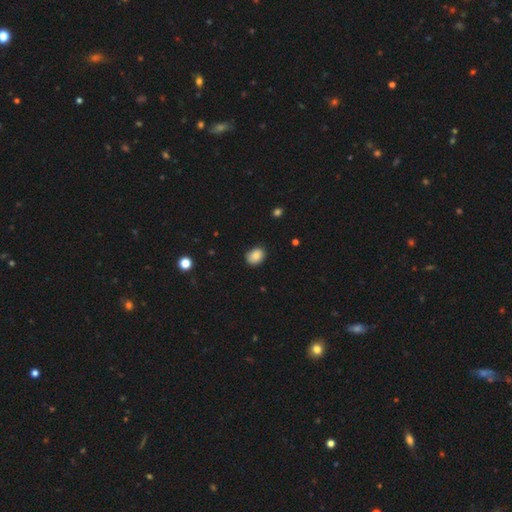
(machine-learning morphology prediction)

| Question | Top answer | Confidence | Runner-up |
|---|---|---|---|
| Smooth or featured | smooth | 86% | star or artifact (9%) |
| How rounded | in between | 56% | round (44%) |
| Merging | none | 83% | minor disturbance (14%) |